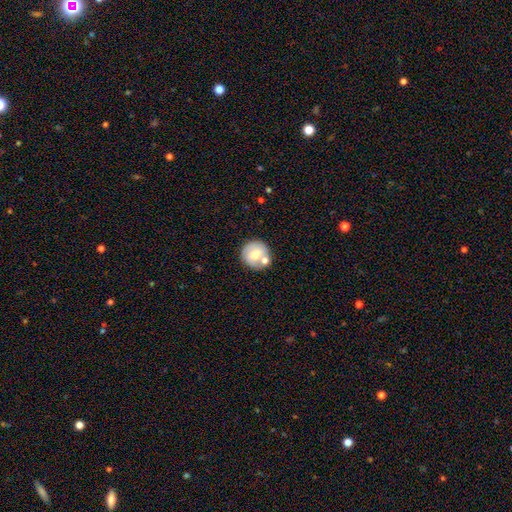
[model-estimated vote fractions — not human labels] A smooth galaxy with no disk features (61%) that is round (91%). Merging: none (62%).